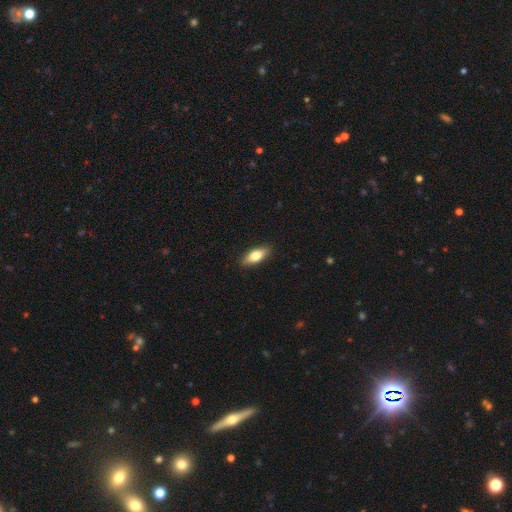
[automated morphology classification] A smooth galaxy with no disk features (72%) that is in between round and cigar-shaped (75%).

Vote fractions:
- Smooth or featured? smooth: 72% / featured or disk: 21% / star or artifact: 6%
- How rounded? in between: 75% / cigar-shaped: 22% / round: 3%
- Merging? none: 88% / minor disturbance: 9% / major disturbance: 2% / merger: 1%